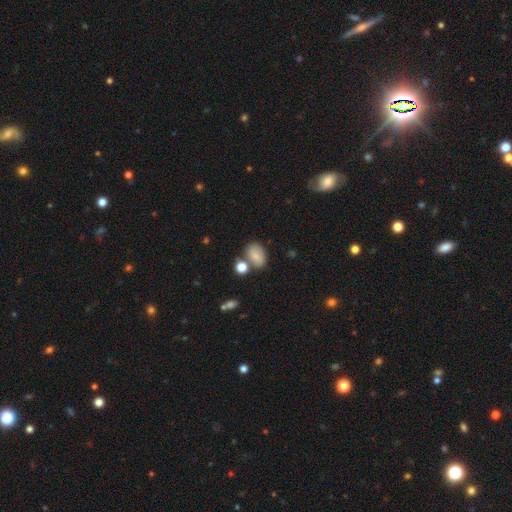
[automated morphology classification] Overall: smooth (79%). How rounded: in between (79%). Merging: none (60%).